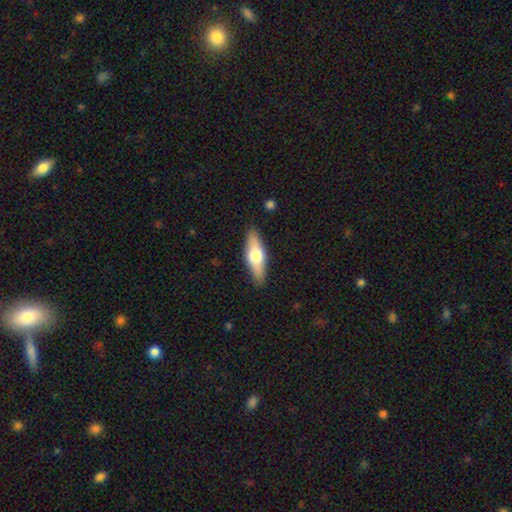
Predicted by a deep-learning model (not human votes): This appears to be a smooth galaxy with no disk features (54%) that is in between round and cigar-shaped (51%). Merging: none (87%).